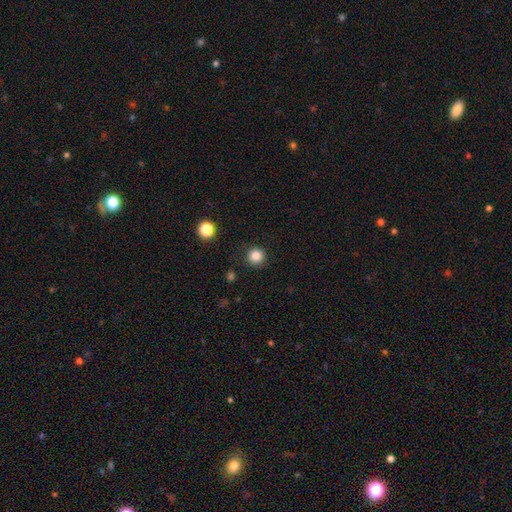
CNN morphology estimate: This appears to be a smooth galaxy with no disk features (85%) that is round (94%). Merging: none (89%).